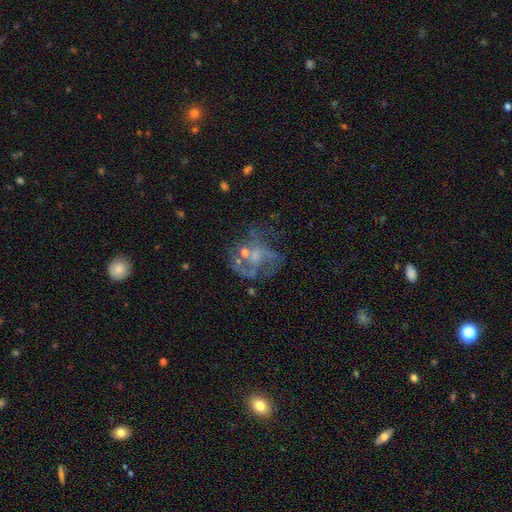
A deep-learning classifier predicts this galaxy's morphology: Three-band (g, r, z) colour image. It shows a featured or disk galaxy (67%) with no bar (75%), spiral arms (53%) and a small central bulge (36%). Merging: none (41%).